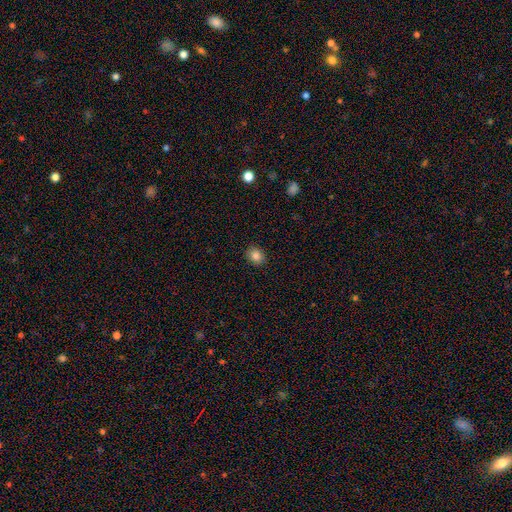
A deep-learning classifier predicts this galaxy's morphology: Smooth or featured: smooth — 84% (star or artifact — 11%)
How rounded: round — 61% (in between — 38%)
Merging: none — 90% (minor disturbance — 7%)